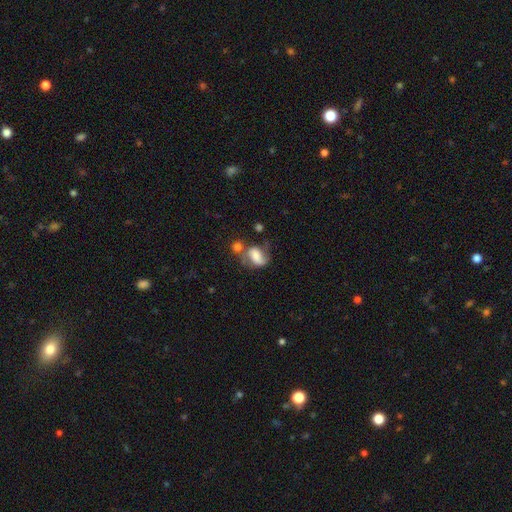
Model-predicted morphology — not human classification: Smooth or featured: smooth — 49% (featured or disk — 41%)
Merging: none — 34% (merger — 29%)